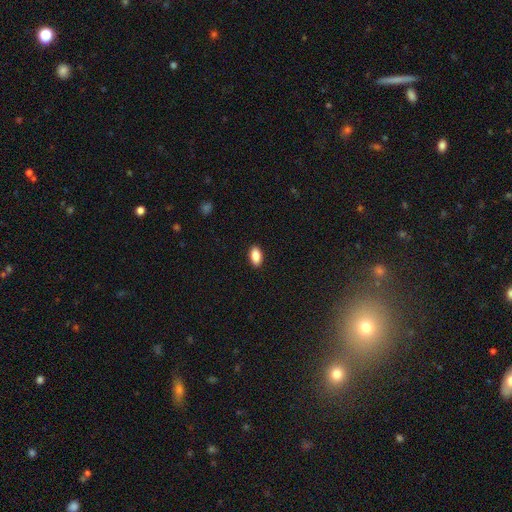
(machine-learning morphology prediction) Smooth or featured: smooth — 87% (star or artifact — 8%)
How rounded: in between — 92% (round — 5%)
Merging: none — 90% (minor disturbance — 7%)